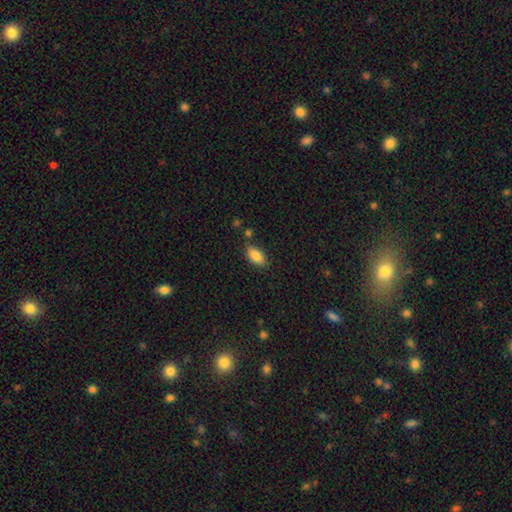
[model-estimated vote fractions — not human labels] A smooth galaxy with no disk features (87%) that is in between round and cigar-shaped (91%).

Vote fractions:
- Smooth or featured? smooth: 87% / star or artifact: 7% / featured or disk: 6%
- How rounded? in between: 91% / cigar-shaped: 6% / round: 3%
- Merging? none: 78% / minor disturbance: 14% / merger: 5% / major disturbance: 3%